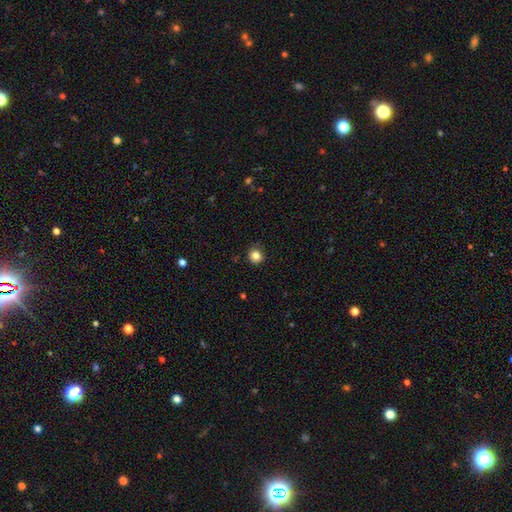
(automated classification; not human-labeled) smooth_or_featured: smooth (p=0.83) [alt: star or artifact p=0.12]
how_rounded: round (p=0.90) [alt: in between p=0.10]
merging: none (p=0.88) [alt: minor disturbance p=0.08]